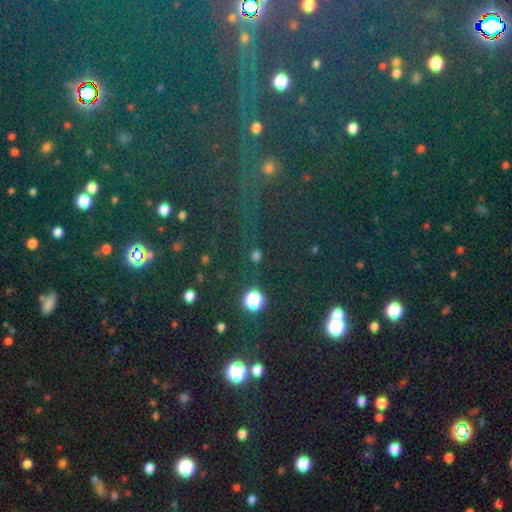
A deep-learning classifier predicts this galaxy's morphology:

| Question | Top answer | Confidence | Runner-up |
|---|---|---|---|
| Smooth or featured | star or artifact | 73% | smooth (20%) |